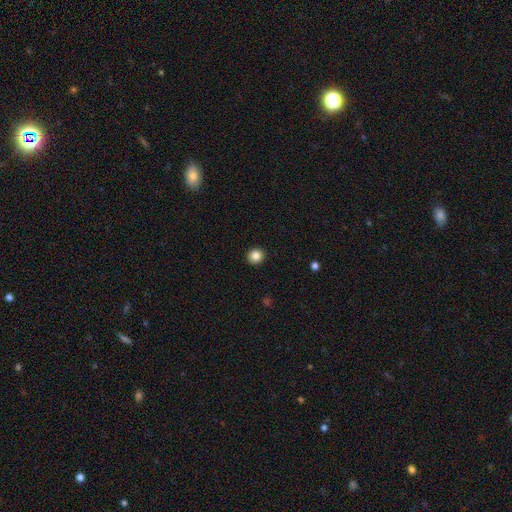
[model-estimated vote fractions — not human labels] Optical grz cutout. It shows a smooth galaxy with no disk features (84%) that is round (91%). Merging: none (93%).